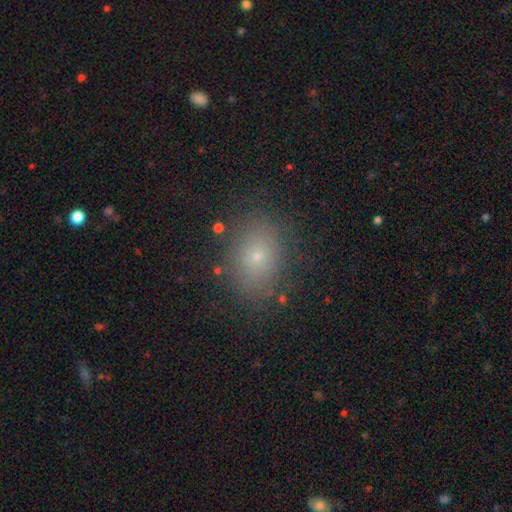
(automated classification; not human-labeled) Morphology: type=smooth (70%); roundness=in between (62%); merging=none (83%).